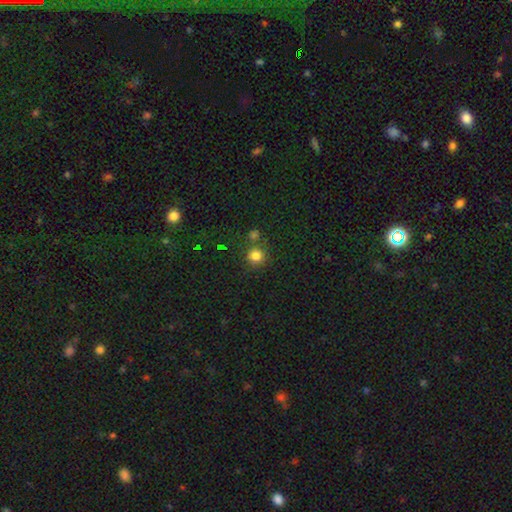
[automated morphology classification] This appears to be a smooth galaxy with no disk features (82%) that is round (91%). Merging: none (73%).